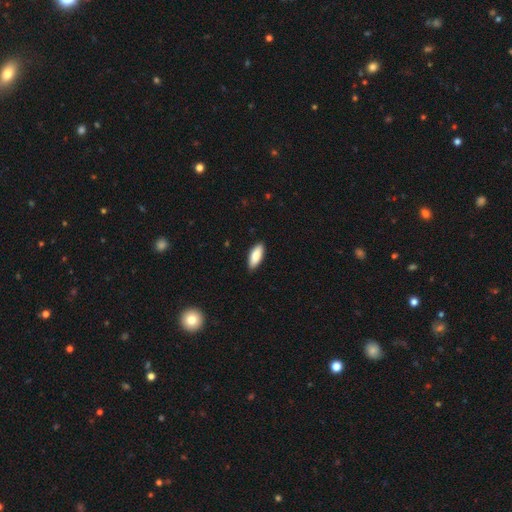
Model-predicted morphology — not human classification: A smooth galaxy with no disk features (85%) that is in between round and cigar-shaped (76%). Merging: none (88%).